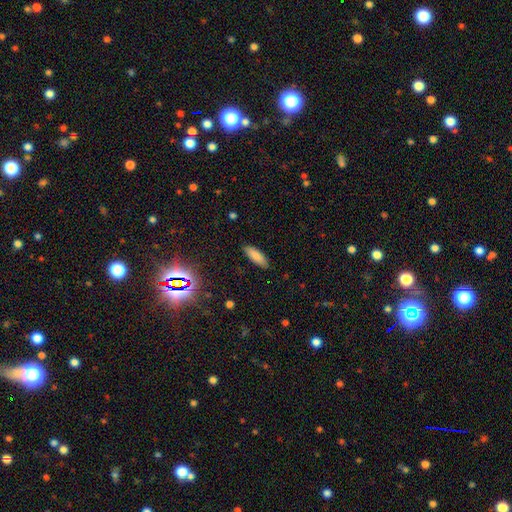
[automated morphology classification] Overall: smooth (84%). How rounded: in between (61%; cigar-shaped 37%). Merging: none (88%).